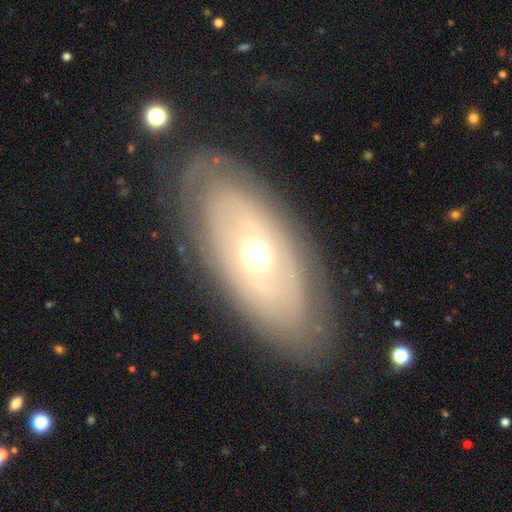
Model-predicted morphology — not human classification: Q: Smooth or featured?
A: featured or disk (62%); runner-up: smooth (32%)
Q: Edge-on disk?
A: no (85%); runner-up: yes (15%)
Q: Bar?
A: no (86%); runner-up: weak (10%)
Q: Spiral arms?
A: no (69%); runner-up: yes (31%)
Q: Bulge size?
A: moderate (70%); runner-up: large (17%)
Q: Merging?
A: none (81%); runner-up: minor disturbance (12%)